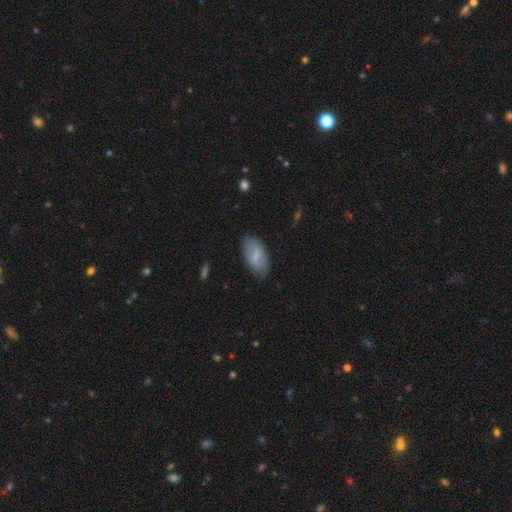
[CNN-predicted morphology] smooth 61%, featured or disk 32%, star or artifact 7%. Down the decision tree: how rounded — in between (92%); merging — none (81%).